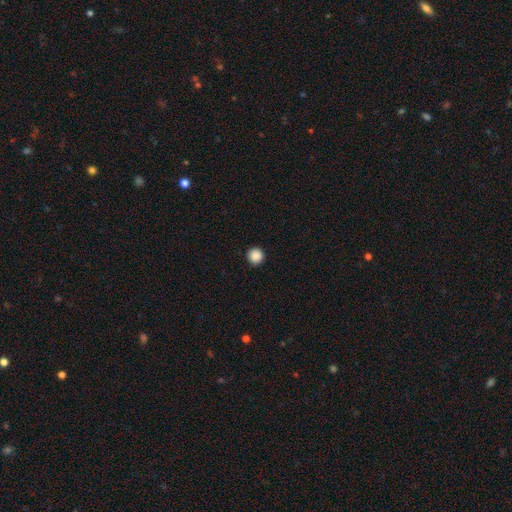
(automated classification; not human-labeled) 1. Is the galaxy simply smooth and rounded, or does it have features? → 88% smooth, 9% star or artifact, 2% featured or disk.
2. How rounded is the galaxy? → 96% round, 3% in between, 1% cigar-shaped.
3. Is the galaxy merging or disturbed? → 93% none, 4% minor disturbance, 1% major disturbance, 1% merger.